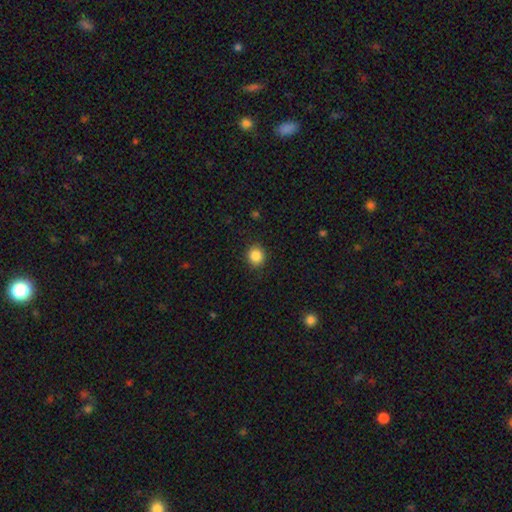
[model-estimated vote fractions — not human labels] A smooth galaxy with no disk features (87%) that is round (84%). Merging: none (90%).